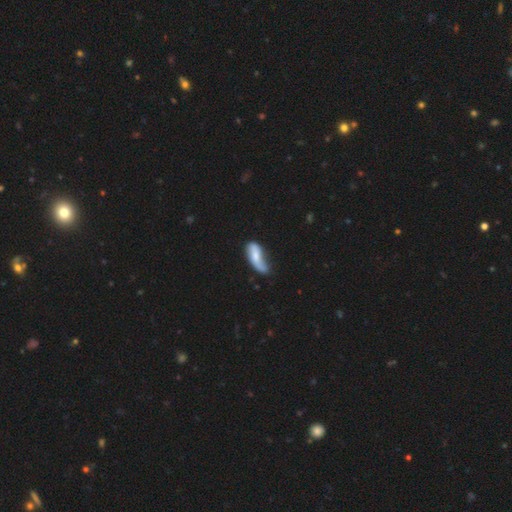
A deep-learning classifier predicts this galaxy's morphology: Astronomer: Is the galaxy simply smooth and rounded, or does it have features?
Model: smooth — 55% (runner-up: featured or disk, 38%).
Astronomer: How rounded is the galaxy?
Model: in between — 69%.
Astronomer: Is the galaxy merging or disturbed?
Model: minor disturbance — 37% (runner-up: none, 35%).